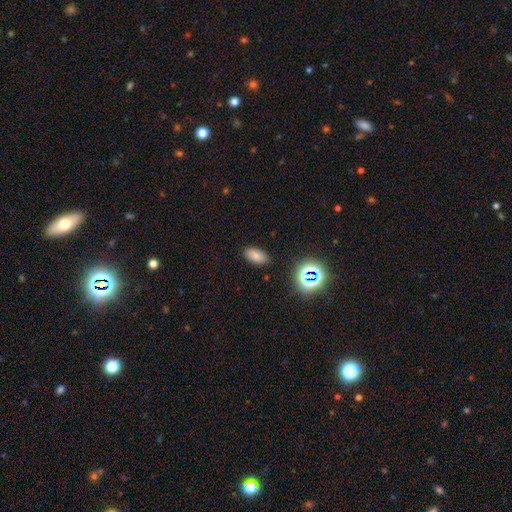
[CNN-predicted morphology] This is likely a smooth galaxy (74%). How rounded: clearly in between (91%). Merging: clearly none (86%).